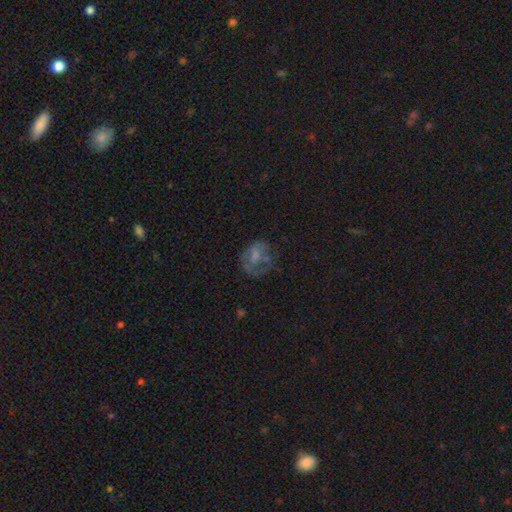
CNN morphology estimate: Smooth or featured?
  - featured or disk: 47% *
  - smooth: 39%
  - star or artifact: 14%
Merging?
  - none: 42% *
  - major disturbance: 32%
  - minor disturbance: 22%
  - merger: 4%